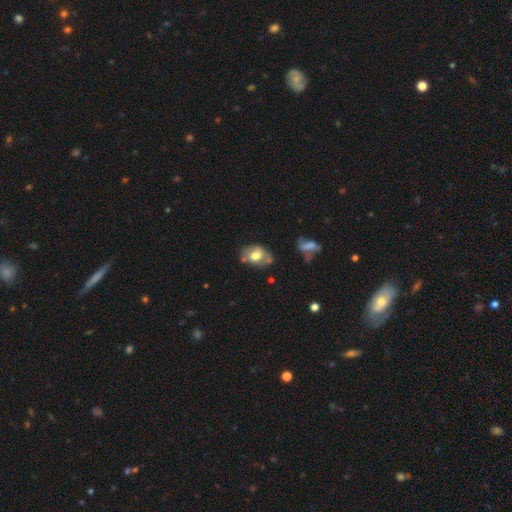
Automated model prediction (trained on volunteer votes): Smooth or featured?
  - smooth: 62% *
  - featured or disk: 29%
  - star or artifact: 9%
How rounded?
  - in between: 73% *
  - round: 26%
  - cigar-shaped: 1%
Merging?
  - none: 52% *
  - minor disturbance: 27%
  - merger: 12%
  - major disturbance: 10%